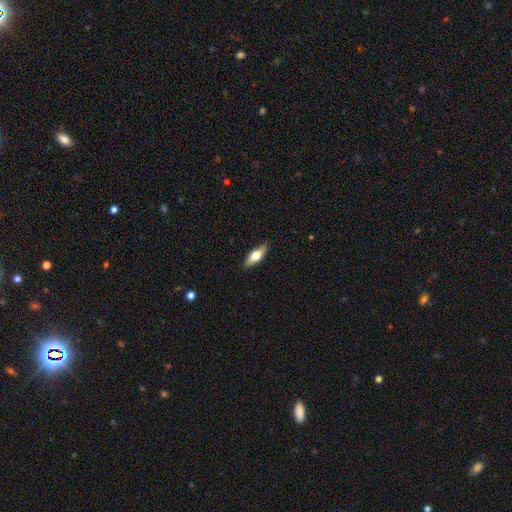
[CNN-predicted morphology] Smooth or featured?
  - smooth: 57% *
  - featured or disk: 37%
  - star or artifact: 6%
How rounded?
  - in between: 61% *
  - cigar-shaped: 36%
  - round: 3%
Merging?
  - none: 87% *
  - minor disturbance: 10%
  - major disturbance: 2%
  - merger: 1%